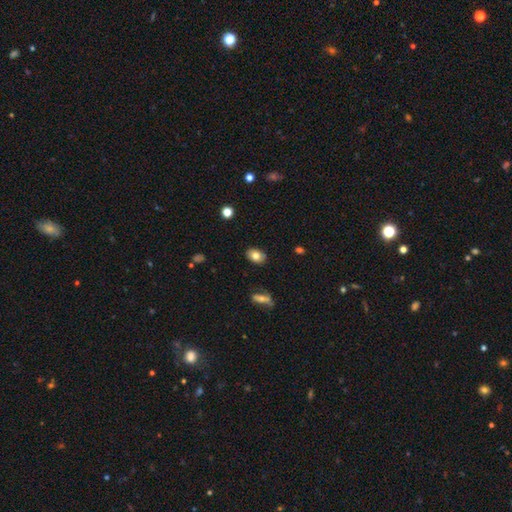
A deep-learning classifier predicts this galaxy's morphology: The model was most divided on "how rounded": in between: 77%, round: 21%, cigar-shaped: 1%. More confident: merging — none (86%); smooth or featured — smooth (78%).